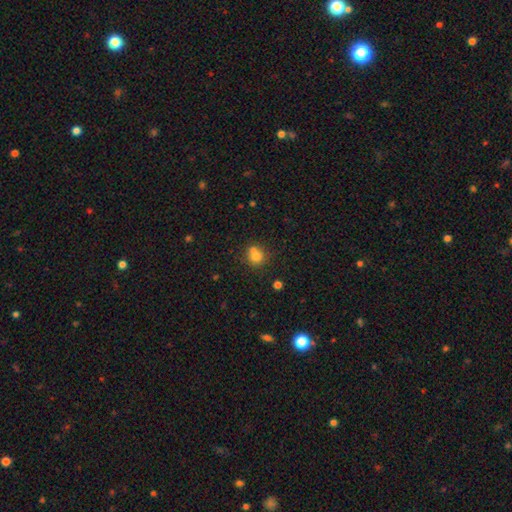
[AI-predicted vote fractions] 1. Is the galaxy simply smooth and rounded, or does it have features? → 75% smooth, 13% star or artifact, 12% featured or disk.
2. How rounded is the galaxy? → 80% round, 19% in between, 1% cigar-shaped.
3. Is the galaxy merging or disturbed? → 48% none, 37% merger, 12% minor disturbance, 4% major disturbance.